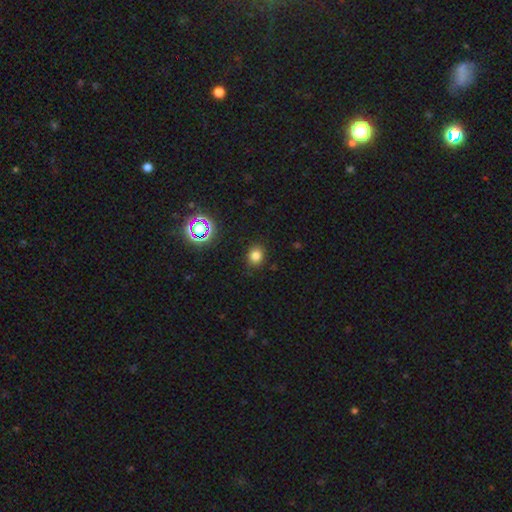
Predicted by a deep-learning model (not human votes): A smooth galaxy with no disk features (78%) that is round (71%).

Vote fractions:
- Smooth or featured? smooth: 78% / star or artifact: 17% / featured or disk: 6%
- How rounded? round: 71% / in between: 28% / cigar-shaped: 1%
- Merging? none: 87% / minor disturbance: 9% / major disturbance: 3% / merger: 1%